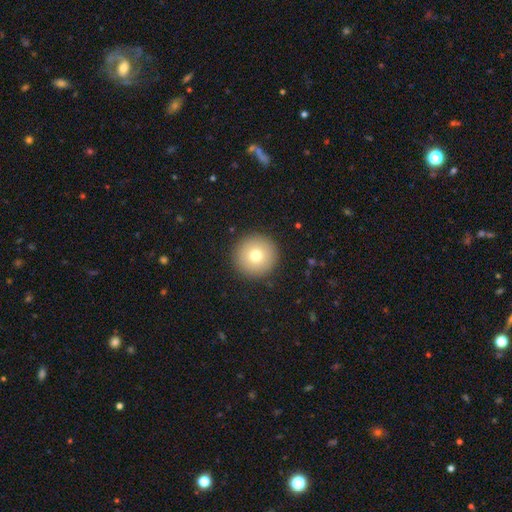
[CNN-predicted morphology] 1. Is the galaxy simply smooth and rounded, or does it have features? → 74% smooth, 14% featured or disk, 11% star or artifact.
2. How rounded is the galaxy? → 97% round, 3% in between, 1% cigar-shaped.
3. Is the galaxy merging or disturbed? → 92% none, 5% minor disturbance, 2% major disturbance, 1% merger.